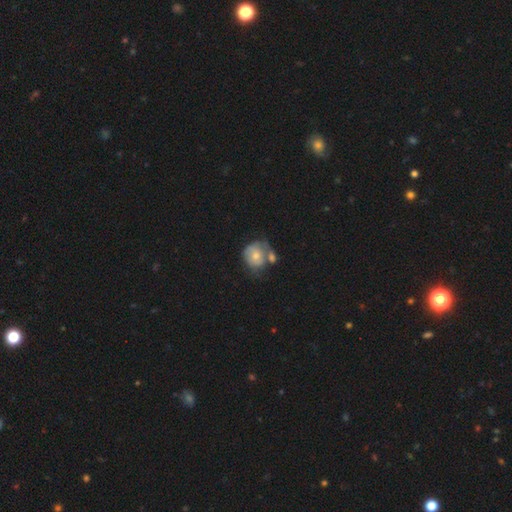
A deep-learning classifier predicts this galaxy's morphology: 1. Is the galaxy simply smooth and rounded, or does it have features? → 55% smooth, 38% featured or disk, 7% star or artifact.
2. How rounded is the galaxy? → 74% round, 25% in between, 1% cigar-shaped.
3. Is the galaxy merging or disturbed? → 41% merger, 28% none, 20% minor disturbance, 11% major disturbance.